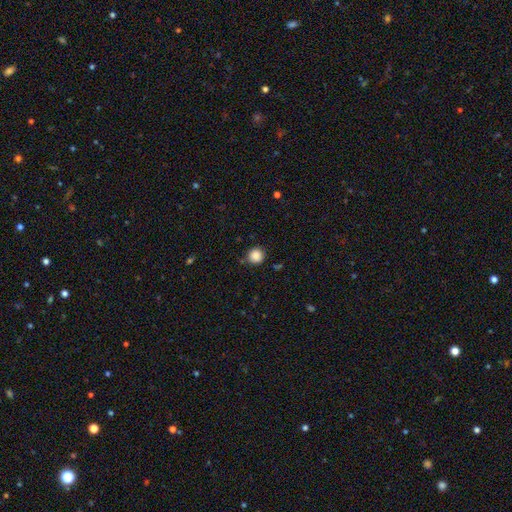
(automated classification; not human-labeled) Morphology: type=smooth (87%); roundness=round (93%); merging=none (85%).